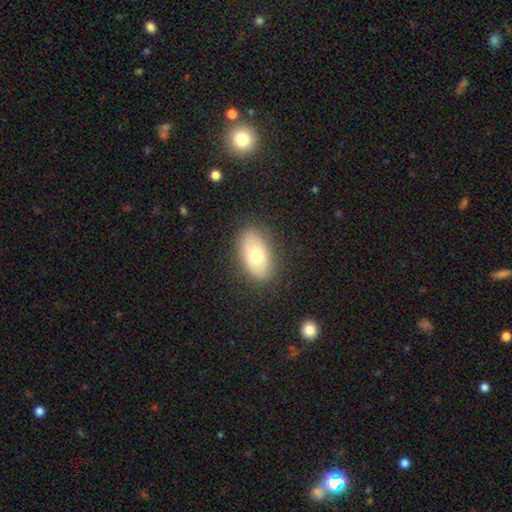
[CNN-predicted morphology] A smooth galaxy with no disk features (63%) that is in between round and cigar-shaped (89%).

Vote fractions:
- Smooth or featured? smooth: 63% / featured or disk: 29% / star or artifact: 8%
- How rounded? in between: 89% / round: 9% / cigar-shaped: 2%
- Merging? none: 84% / minor disturbance: 11% / major disturbance: 4% / merger: 1%